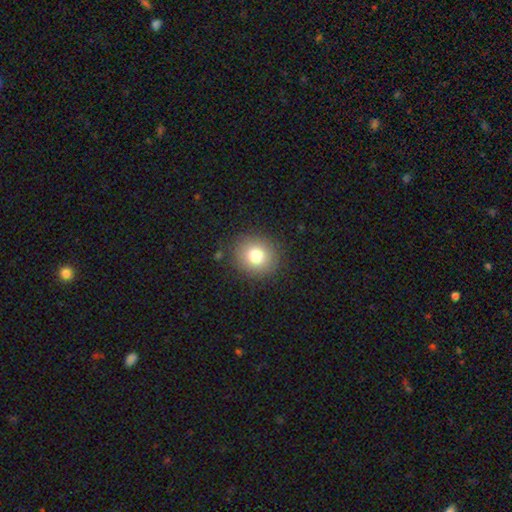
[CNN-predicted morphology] Overall: smooth (80%). How rounded: round (83%). Merging: none (88%).